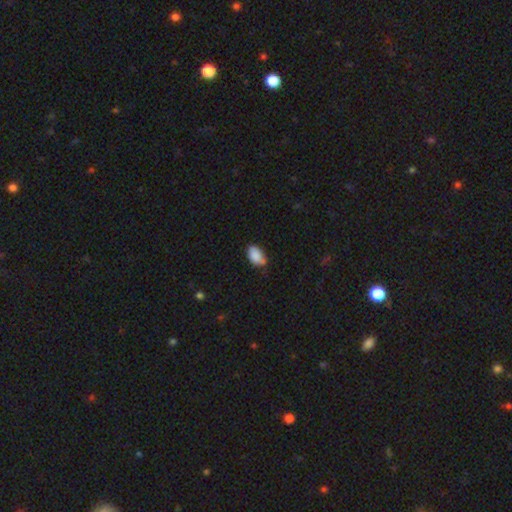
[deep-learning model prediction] Smooth or featured: smooth — 87% (star or artifact — 8%)
How rounded: in between — 91% (round — 7%)
Merging: none — 61% (minor disturbance — 31%)